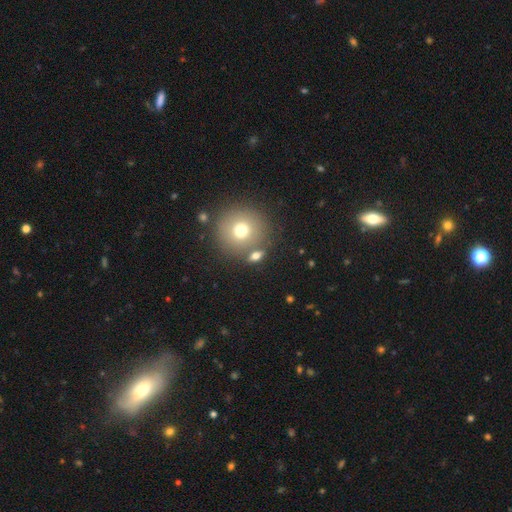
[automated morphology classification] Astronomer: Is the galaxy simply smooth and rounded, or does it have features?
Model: smooth — 69%.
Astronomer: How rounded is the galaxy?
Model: round — 59% (runner-up: in between, 35%).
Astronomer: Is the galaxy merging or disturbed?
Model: none — 69%.